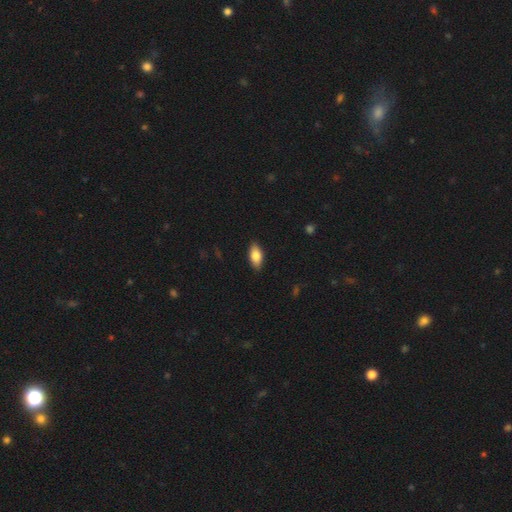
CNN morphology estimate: Overall: smooth (83%). How rounded: in between (90%). Merging: none (88%).